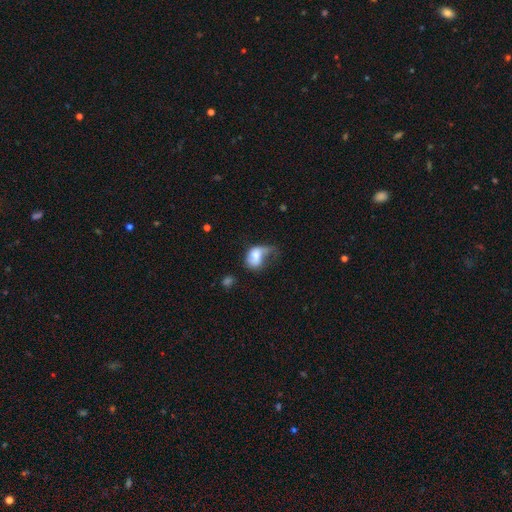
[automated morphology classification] Smooth or featured?
  - smooth: 62% *
  - featured or disk: 29%
  - star or artifact: 9%
How rounded?
  - in between: 73% *
  - round: 26%
  - cigar-shaped: 2%
Merging?
  - major disturbance: 46% *
  - minor disturbance: 28%
  - none: 18%
  - merger: 8%